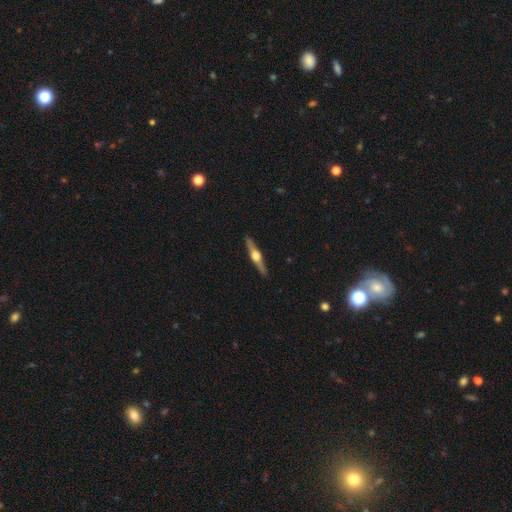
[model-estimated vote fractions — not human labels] Q: Smooth or featured?
A: featured or disk (77%); runner-up: smooth (19%)
Q: Edge-on disk?
A: yes (98%); runner-up: no (2%)
Q: Edge-on bulge?
A: rounded (96%); runner-up: boxy (3%)
Q: Merging?
A: none (92%); runner-up: minor disturbance (6%)